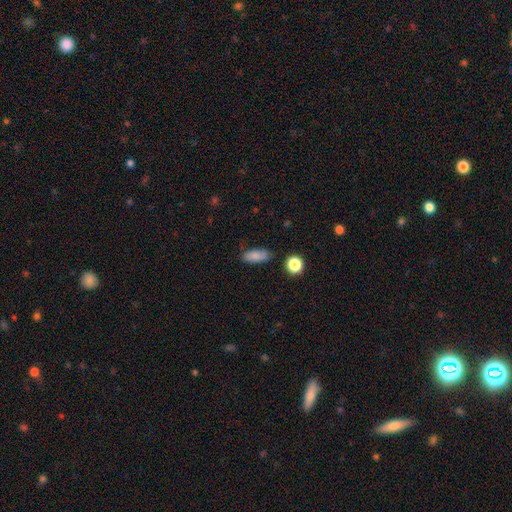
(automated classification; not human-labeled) Smooth or featured?
  - smooth: 85% *
  - star or artifact: 9%
  - featured or disk: 6%
How rounded?
  - in between: 78% *
  - cigar-shaped: 17%
  - round: 5%
Merging?
  - none: 80% *
  - minor disturbance: 14%
  - major disturbance: 3%
  - merger: 3%